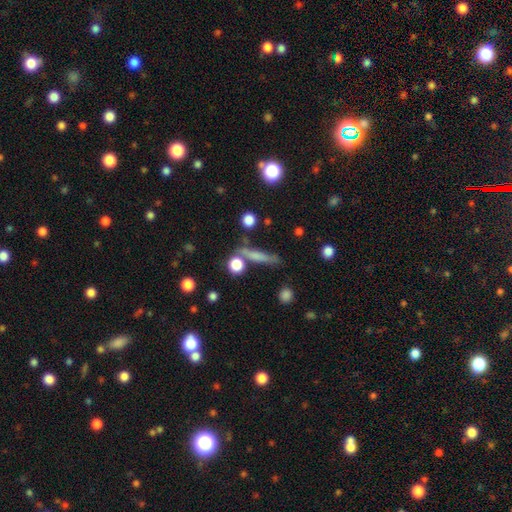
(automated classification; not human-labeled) Morphology: type=smooth (61%); roundness=cigar-shaped (78%); merging=none (68%).